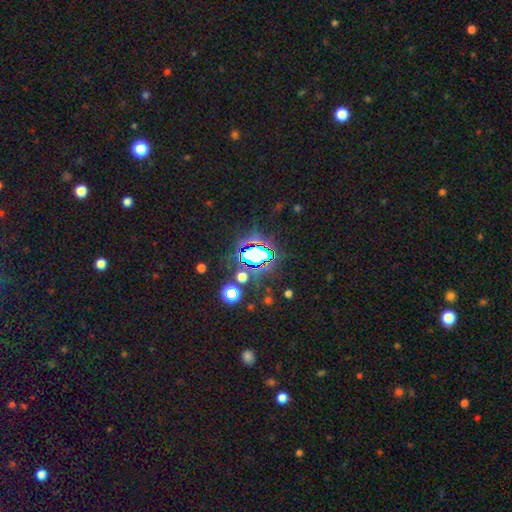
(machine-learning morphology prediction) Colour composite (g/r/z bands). It shows a star or artifact, not a galaxy (71%).